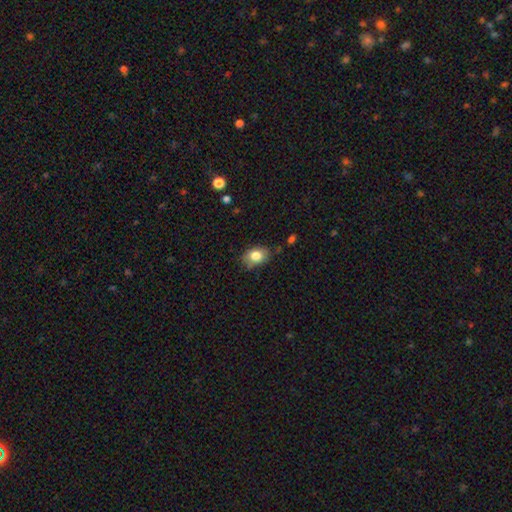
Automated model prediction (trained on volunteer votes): Smooth or featured: smooth — 82% (featured or disk — 10%)
How rounded: in between — 75% (round — 24%)
Merging: none — 72% (minor disturbance — 21%)